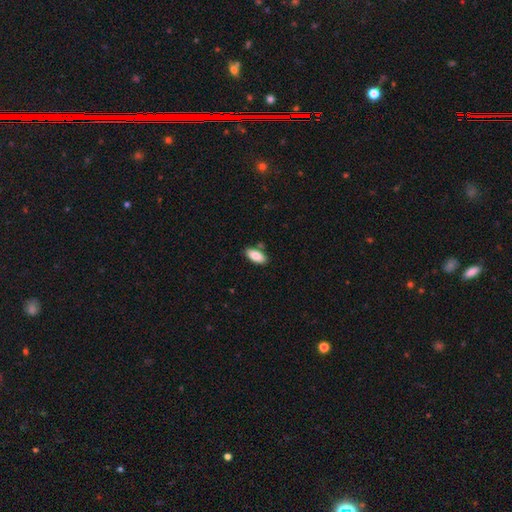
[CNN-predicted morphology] Q: Smooth or featured?
A: smooth (86%); runner-up: featured or disk (7%)
Q: How rounded?
A: in between (89%); runner-up: cigar-shaped (9%)
Q: Merging?
A: none (82%); runner-up: minor disturbance (11%)